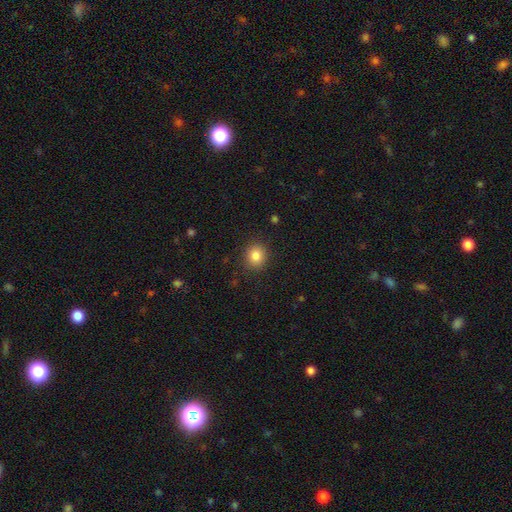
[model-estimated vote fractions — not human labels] smooth_or_featured: smooth (p=0.84) [alt: star or artifact p=0.10]
how_rounded: round (p=0.76) [alt: in between p=0.23]
merging: none (p=0.89) [alt: minor disturbance p=0.08]